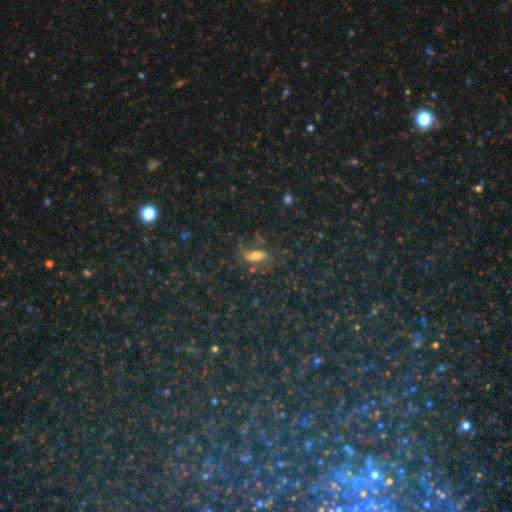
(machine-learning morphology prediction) smooth-or-featured: star or artifact: 41% | smooth: 36% | featured or disk: 23%